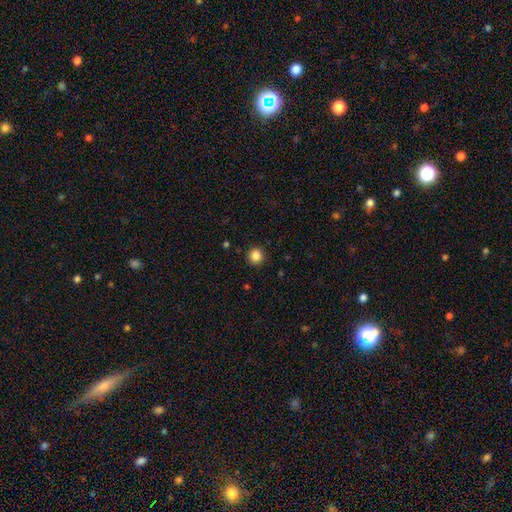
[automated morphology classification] smooth 86%, star or artifact 11%, featured or disk 4%. Down the decision tree: how rounded — round (93%); merging — none (92%).